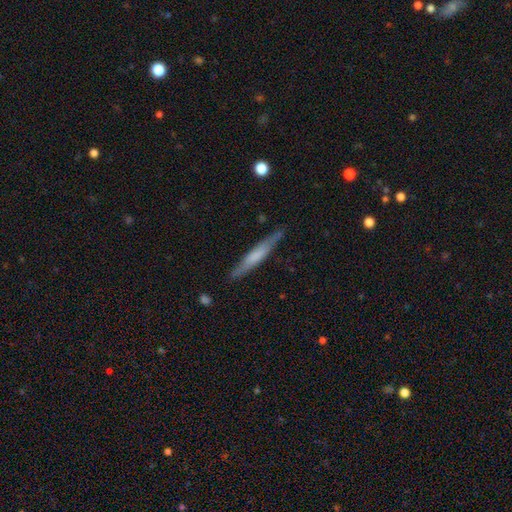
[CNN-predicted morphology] A smooth galaxy with no disk features (48%). Merging: none (85%).